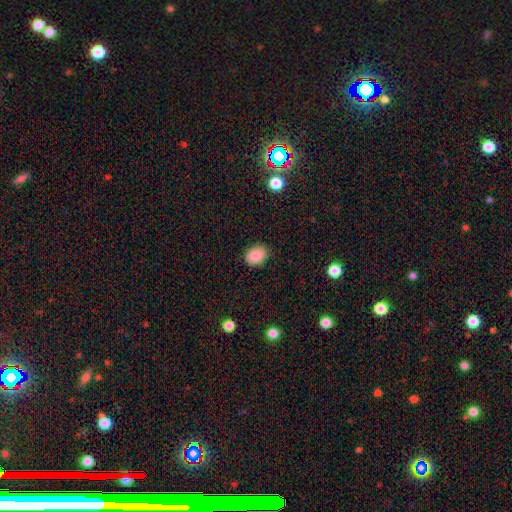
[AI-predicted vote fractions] This appears to be a smooth galaxy with no disk features (88%) that is in between round and cigar-shaped (68%). Merging: none (85%).